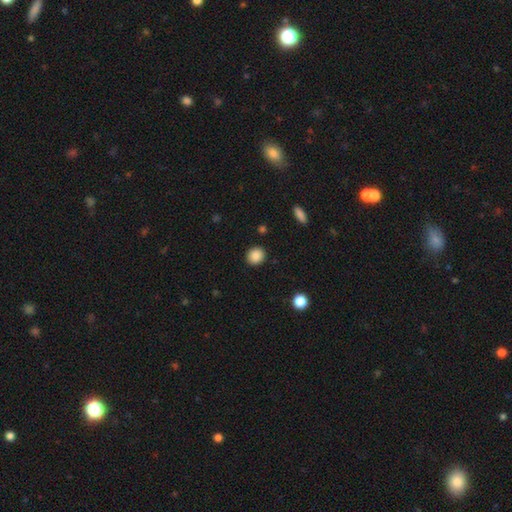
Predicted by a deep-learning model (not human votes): smooth-or-featured: smooth: 88% | star or artifact: 9% | featured or disk: 4%
  how-rounded: round: 79% | in between: 20% | cigar-shaped: 1%
  merging: none: 91% | minor disturbance: 6% | major disturbance: 2% | merger: 1%